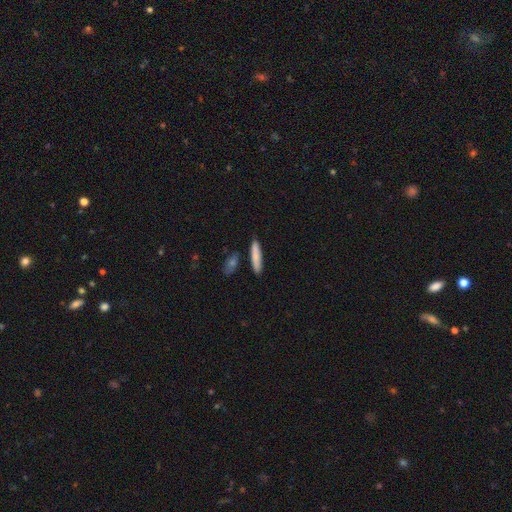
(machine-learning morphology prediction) Smooth or featured?
  - smooth: 81% *
  - featured or disk: 13%
  - star or artifact: 6%
How rounded?
  - cigar-shaped: 85% *
  - in between: 13%
  - round: 2%
Merging?
  - none: 84% *
  - minor disturbance: 9%
  - merger: 4%
  - major disturbance: 2%